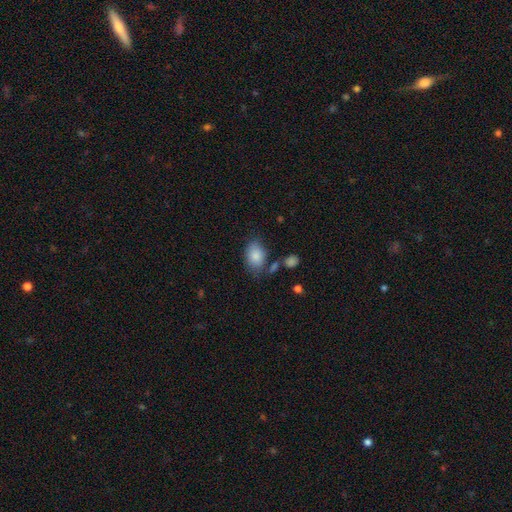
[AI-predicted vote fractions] Smooth or featured? Predicted: smooth (p=0.84). How rounded? Predicted: in between (p=0.82). Merging? Predicted: none (p=0.66).